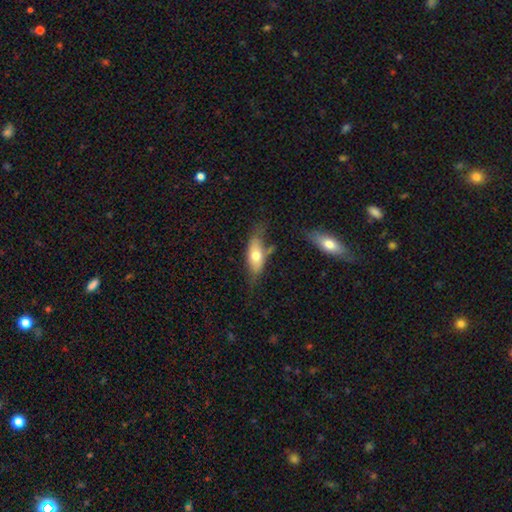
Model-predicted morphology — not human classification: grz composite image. It shows a smooth galaxy with no disk features (63%) that is in between round and cigar-shaped (76%). Merging: none (50%).